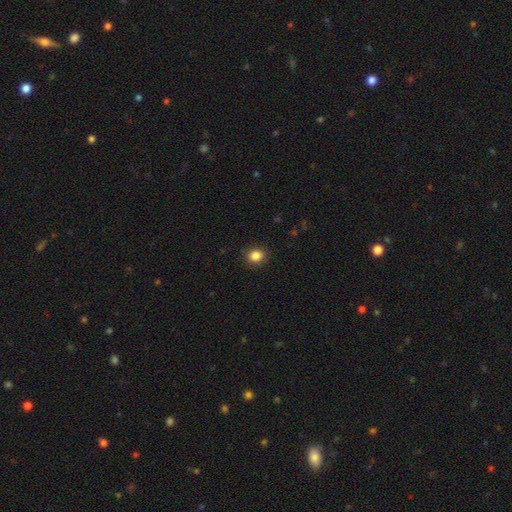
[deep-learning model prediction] Smooth or featured: smooth — 86% (star or artifact — 10%)
How rounded: round — 71% (in between — 28%)
Merging: none — 90% (minor disturbance — 7%)